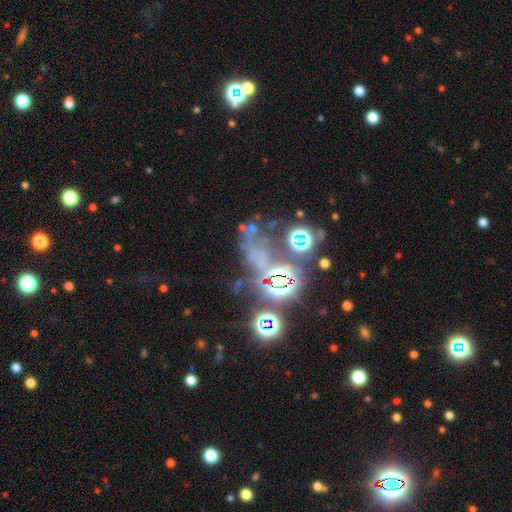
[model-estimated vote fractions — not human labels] A star or artifact, not a galaxy (61%).